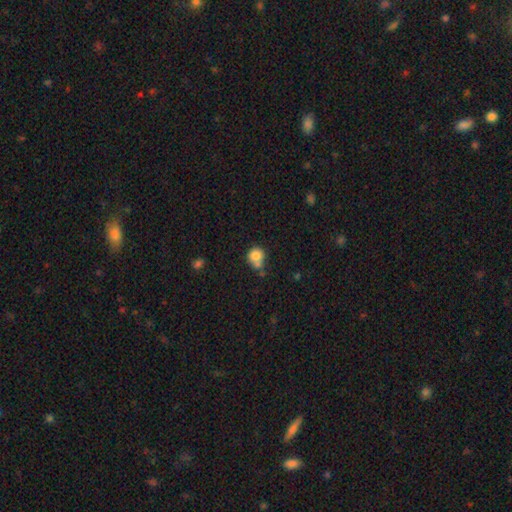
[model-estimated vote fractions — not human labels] smooth-or-featured: smooth: 80% | star or artifact: 10% | featured or disk: 10%
  how-rounded: round: 84% | in between: 15% | cigar-shaped: 1%
  merging: none: 48% | merger: 30% | minor disturbance: 17% | major disturbance: 6%